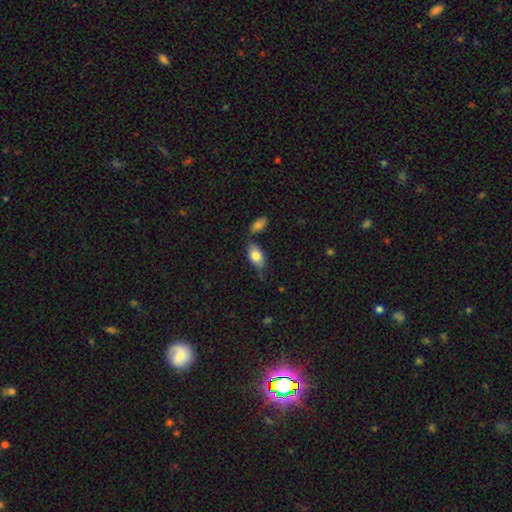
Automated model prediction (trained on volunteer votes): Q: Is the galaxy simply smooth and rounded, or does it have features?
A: smooth — 80%.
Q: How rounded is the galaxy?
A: in between — 91%.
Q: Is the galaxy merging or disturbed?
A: none — 63%.